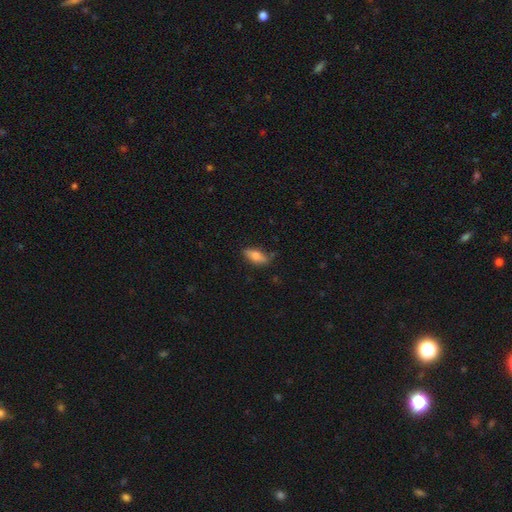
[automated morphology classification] Overall: smooth (73%). How rounded: in between (72%). Merging: none (73%).